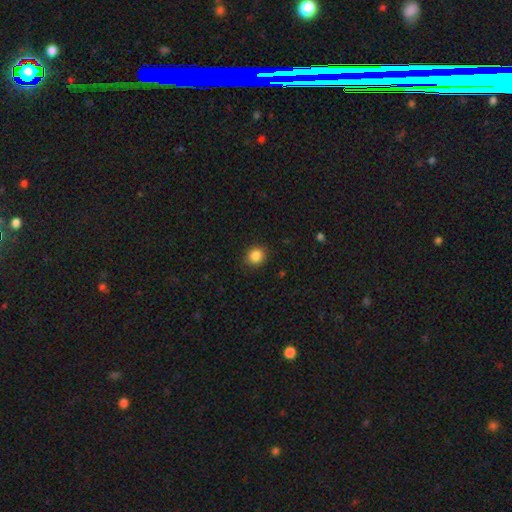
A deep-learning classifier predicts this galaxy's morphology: The model was most divided on "how rounded": round: 81%, in between: 18%, cigar-shaped: 1%. More confident: merging — none (89%); smooth or featured — smooth (87%).